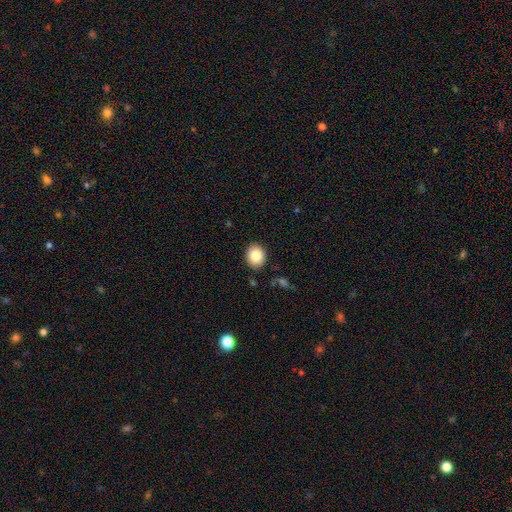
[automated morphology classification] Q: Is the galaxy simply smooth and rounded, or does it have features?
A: smooth — 83%.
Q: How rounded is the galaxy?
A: round — 63%.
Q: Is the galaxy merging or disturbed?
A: none — 90%.